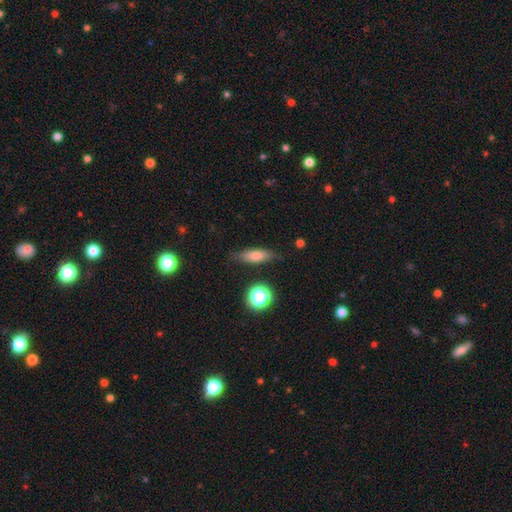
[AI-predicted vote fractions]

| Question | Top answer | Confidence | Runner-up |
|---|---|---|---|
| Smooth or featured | smooth | 68% | featured or disk (21%) |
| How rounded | in between | 50% | cigar-shaped (45%) |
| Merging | none | 81% | minor disturbance (14%) |